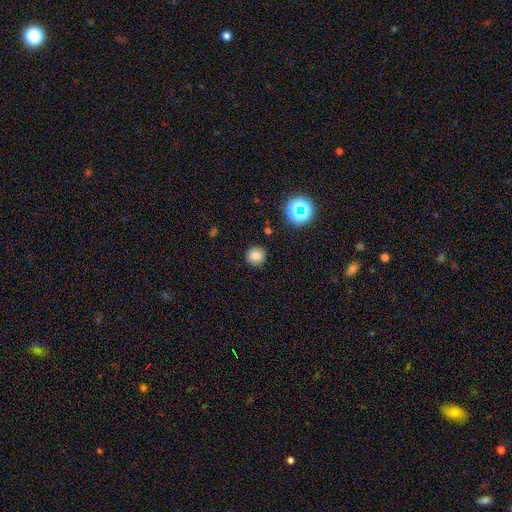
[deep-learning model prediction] smooth_or_featured: smooth (p=0.79) [alt: star or artifact p=0.15]
how_rounded: round (p=0.92) [alt: in between p=0.07]
merging: none (p=0.89) [alt: minor disturbance p=0.07]